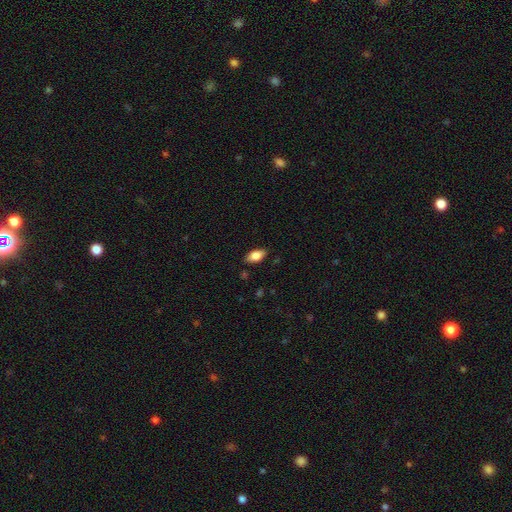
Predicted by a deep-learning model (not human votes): smooth 81%, featured or disk 12%, star or artifact 7%. Down the decision tree: how rounded — in between (91%); merging — none (85%).